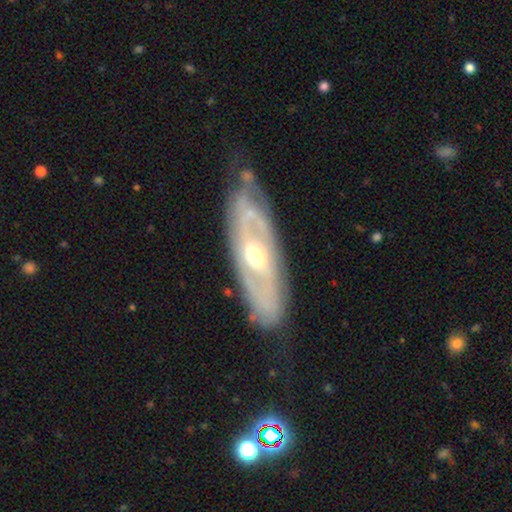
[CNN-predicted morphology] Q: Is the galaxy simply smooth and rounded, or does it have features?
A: featured or disk — 78%.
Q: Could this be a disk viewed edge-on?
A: no — 82%.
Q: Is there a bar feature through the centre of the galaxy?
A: no — 60%.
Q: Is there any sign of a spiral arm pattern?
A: yes — 65%.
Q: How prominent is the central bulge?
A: moderate — 71%.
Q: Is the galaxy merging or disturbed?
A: none — 76%.